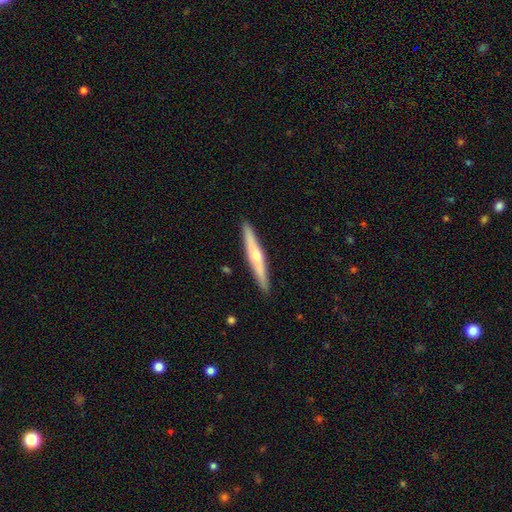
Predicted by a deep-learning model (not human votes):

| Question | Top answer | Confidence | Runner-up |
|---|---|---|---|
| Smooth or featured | featured or disk | 61% | smooth (33%) |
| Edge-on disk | yes | 95% | no (5%) |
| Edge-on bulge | rounded | 86% | none (12%) |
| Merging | none | 91% | minor disturbance (6%) |